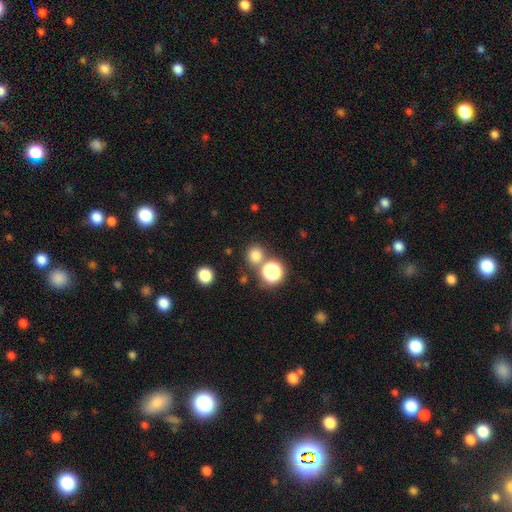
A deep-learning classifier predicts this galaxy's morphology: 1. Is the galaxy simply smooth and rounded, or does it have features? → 74% smooth, 20% star or artifact, 6% featured or disk.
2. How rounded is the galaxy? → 88% round, 11% in between, 1% cigar-shaped.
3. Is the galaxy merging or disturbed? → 72% none, 18% merger, 8% minor disturbance, 3% major disturbance.